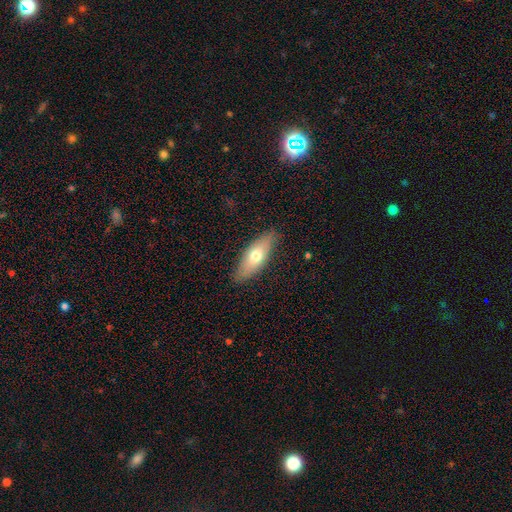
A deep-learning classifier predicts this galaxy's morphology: smooth 63%, featured or disk 31%, star or artifact 6%. Down the decision tree: how rounded — in between (65%); merging — none (84%).